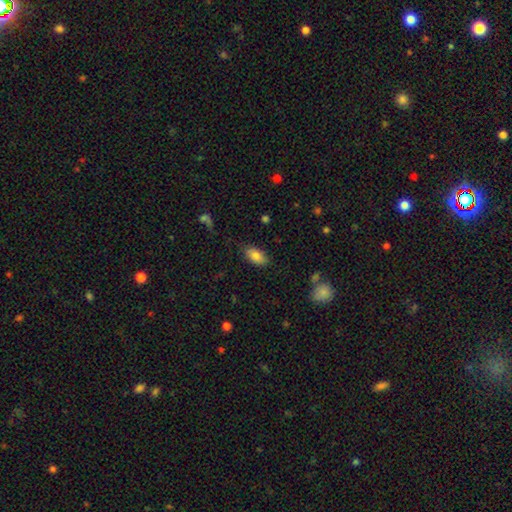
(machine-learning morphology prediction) Q: Smooth or featured?
A: smooth (82%); runner-up: featured or disk (11%)
Q: How rounded?
A: in between (93%); runner-up: round (4%)
Q: Merging?
A: none (83%); runner-up: minor disturbance (12%)